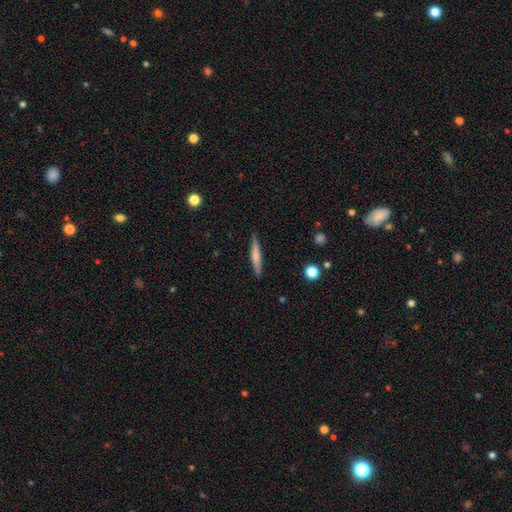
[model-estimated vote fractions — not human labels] Smooth or featured?
  - smooth: 62% *
  - featured or disk: 32%
  - star or artifact: 6%
How rounded?
  - cigar-shaped: 93% *
  - in between: 5%
  - round: 1%
Merging?
  - none: 88% *
  - minor disturbance: 9%
  - major disturbance: 2%
  - merger: 1%